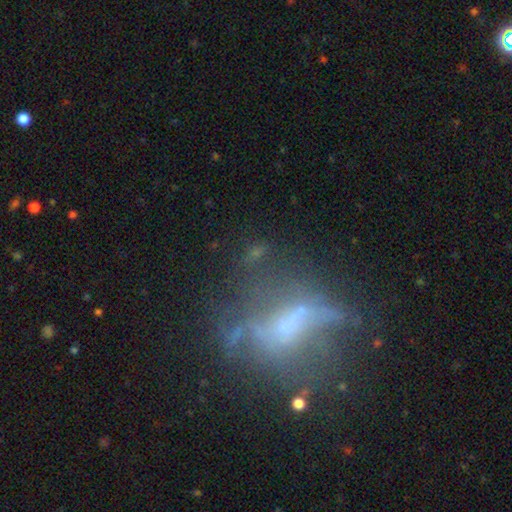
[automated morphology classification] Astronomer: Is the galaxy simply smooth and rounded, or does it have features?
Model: featured or disk — 54%.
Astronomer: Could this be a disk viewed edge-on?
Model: no — 85%.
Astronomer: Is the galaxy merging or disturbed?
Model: none — 47% (runner-up: major disturbance, 26%).